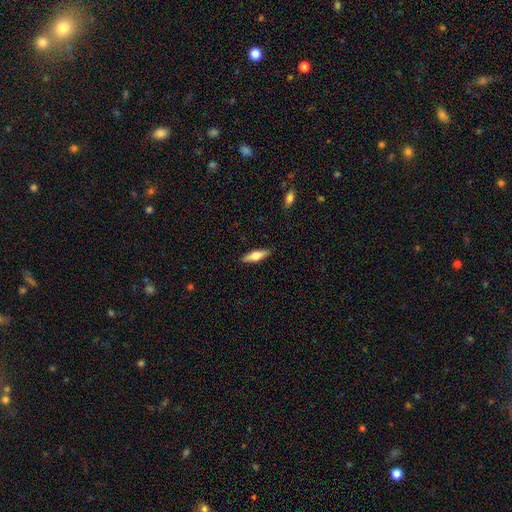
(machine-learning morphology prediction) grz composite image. It shows a smooth galaxy with no disk features (55%) that is cigar-shaped (53%). Merging: none (89%).